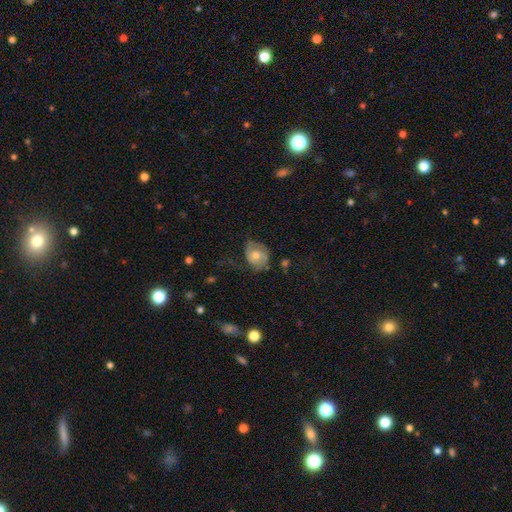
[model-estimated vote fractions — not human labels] featured or disk 49%, smooth 43%, star or artifact 8%. Down the decision tree: merging — none (55%).